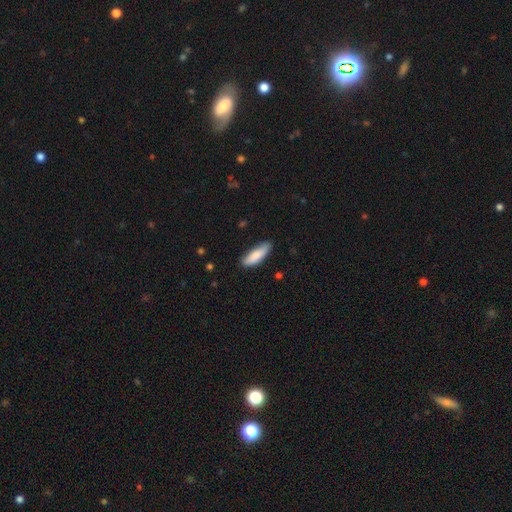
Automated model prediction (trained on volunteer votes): A smooth galaxy with no disk features (86%) that is in between round and cigar-shaped (58%). Merging: none (75%).